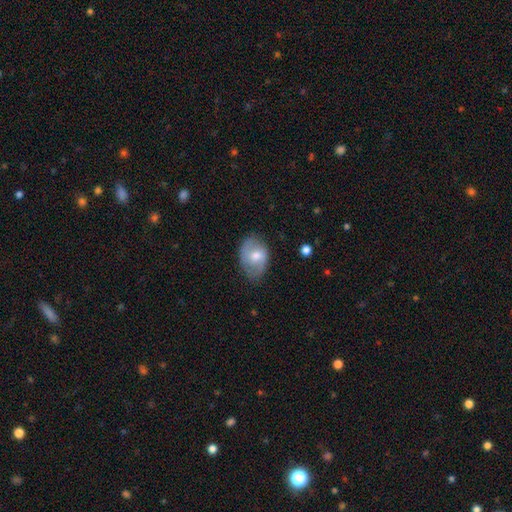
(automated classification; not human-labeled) Q: Smooth or featured?
A: smooth (59%); runner-up: featured or disk (34%)
Q: How rounded?
A: in between (80%); runner-up: round (19%)
Q: Merging?
A: none (66%); runner-up: minor disturbance (26%)